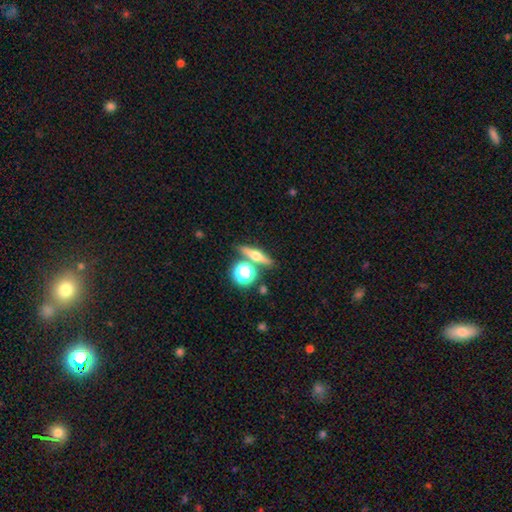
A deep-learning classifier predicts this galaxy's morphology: Smooth or featured?
  - featured or disk: 54% *
  - smooth: 34%
  - star or artifact: 12%
Edge-on disk?
  - yes: 91% *
  - no: 9%
Merging?
  - none: 77% *
  - merger: 12%
  - minor disturbance: 8%
  - major disturbance: 3%